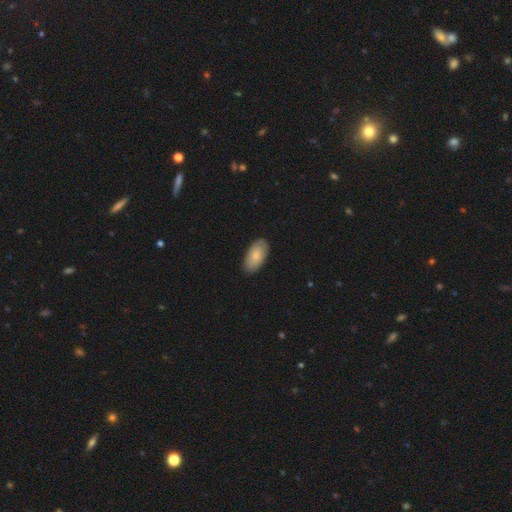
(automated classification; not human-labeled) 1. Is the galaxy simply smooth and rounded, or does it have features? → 78% smooth, 16% featured or disk, 6% star or artifact.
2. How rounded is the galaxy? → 95% in between, 3% cigar-shaped, 2% round.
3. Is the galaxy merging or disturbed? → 86% none, 11% minor disturbance, 2% major disturbance, 1% merger.